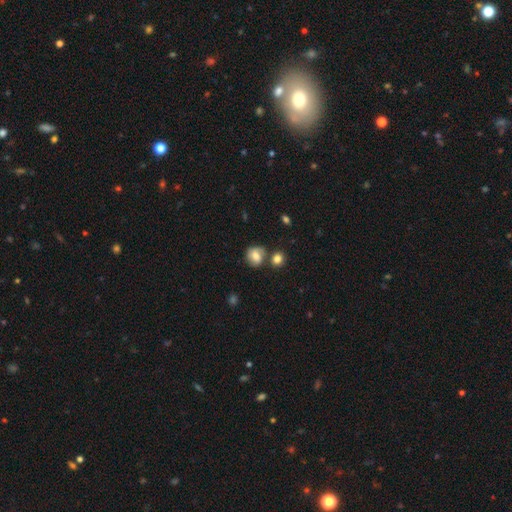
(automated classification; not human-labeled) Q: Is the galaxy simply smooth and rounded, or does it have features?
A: smooth — 68%.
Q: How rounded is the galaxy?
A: round — 76%.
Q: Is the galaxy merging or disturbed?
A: none — 61%.